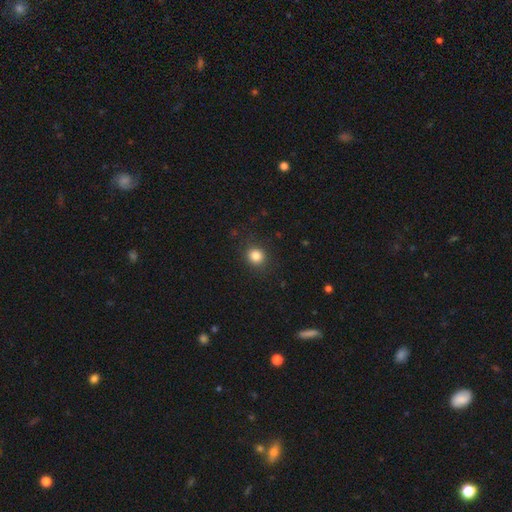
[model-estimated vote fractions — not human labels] Overall: smooth (84%). How rounded: round (87%). Merging: none (89%).